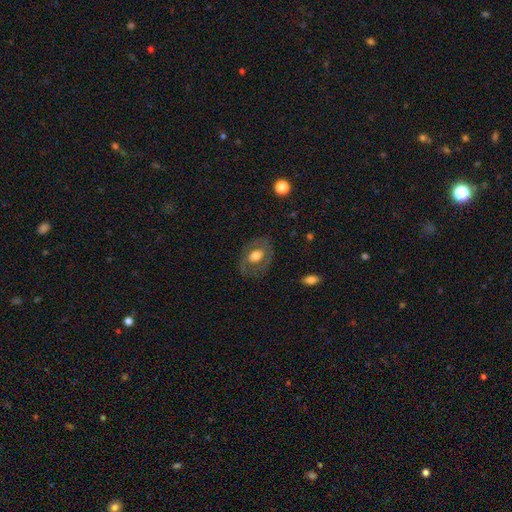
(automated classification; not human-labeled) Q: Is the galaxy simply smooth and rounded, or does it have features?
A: featured or disk — 48%.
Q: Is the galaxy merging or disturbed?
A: none — 73%.